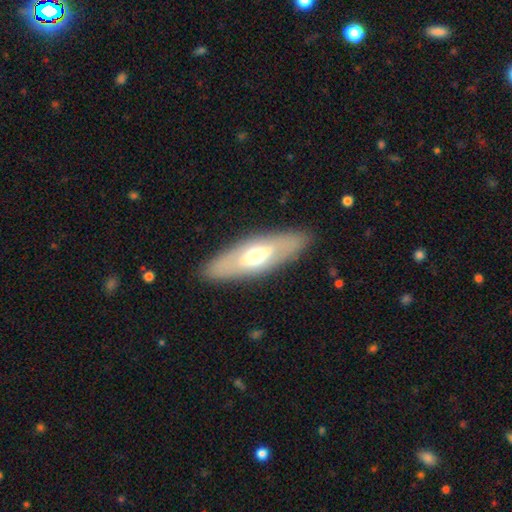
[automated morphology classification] Smooth or featured: featured or disk — 48% (smooth — 46%)
Merging: none — 87% (minor disturbance — 9%)